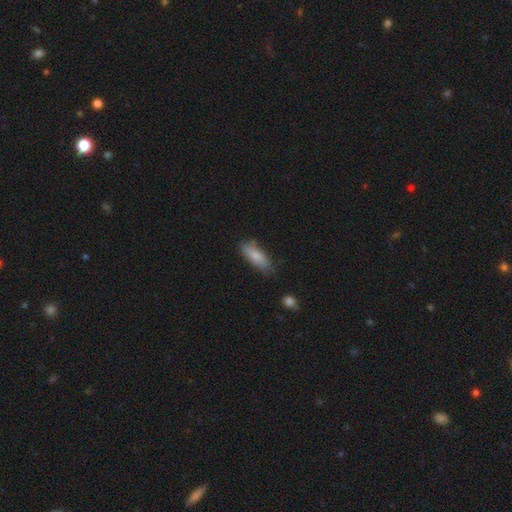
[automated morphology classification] A smooth galaxy with no disk features (83%) that is in between round and cigar-shaped (65%).

Vote fractions:
- Smooth or featured? smooth: 83% / featured or disk: 11% / star or artifact: 6%
- How rounded? in between: 65% / cigar-shaped: 33% / round: 2%
- Merging? none: 73% / minor disturbance: 20% / major disturbance: 4% / merger: 2%